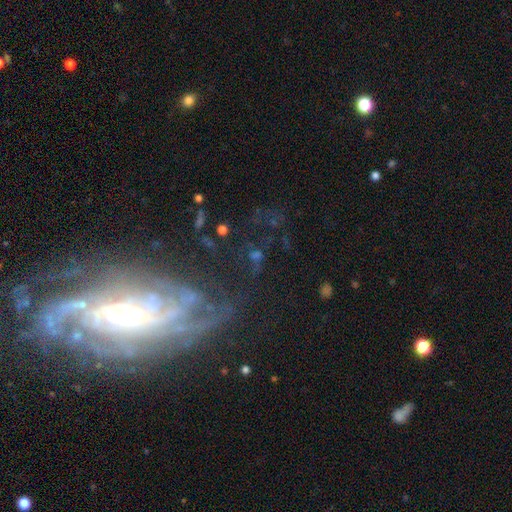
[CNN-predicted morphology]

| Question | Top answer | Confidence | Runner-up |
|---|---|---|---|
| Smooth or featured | featured or disk | 43% | star or artifact (35%) |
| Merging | none | 53% | major disturbance (21%) |